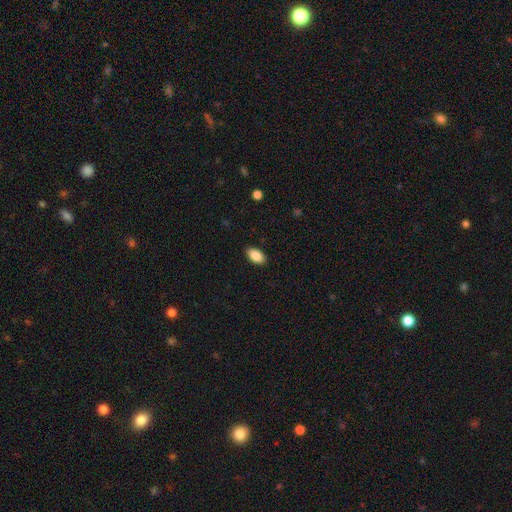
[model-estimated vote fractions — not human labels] Morphology: type=smooth (87%); roundness=in between (94%); merging=none (89%).